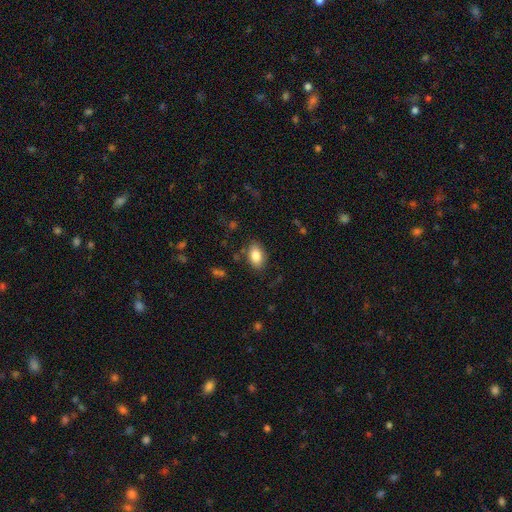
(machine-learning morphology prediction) smooth-or-featured: smooth: 84% | featured or disk: 9% | star or artifact: 8%
  how-rounded: in between: 89% | round: 10% | cigar-shaped: 2%
  merging: none: 84% | minor disturbance: 12% | major disturbance: 3% | merger: 2%